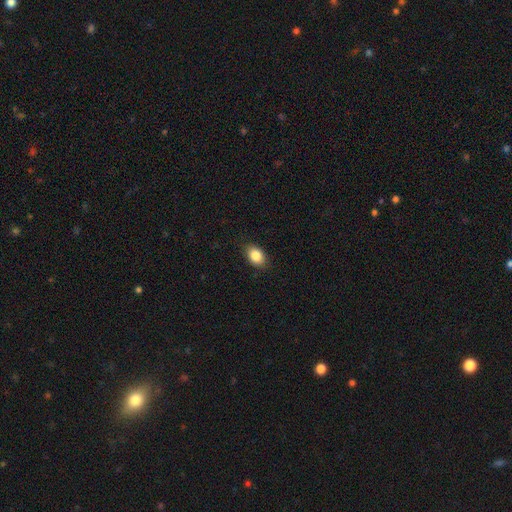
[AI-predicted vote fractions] smooth 86%, star or artifact 8%, featured or disk 7%. Down the decision tree: how rounded — in between (83%); merging — none (87%).